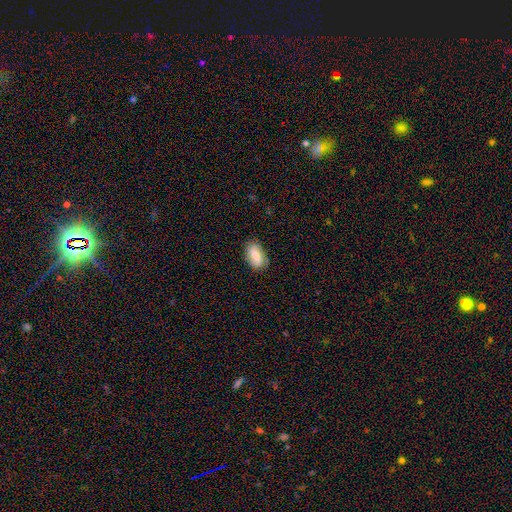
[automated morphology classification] smooth-or-featured: smooth: 68% | featured or disk: 25% | star or artifact: 7%
  how-rounded: in between: 91% | round: 5% | cigar-shaped: 4%
  merging: none: 79% | minor disturbance: 16% | major disturbance: 3% | merger: 1%